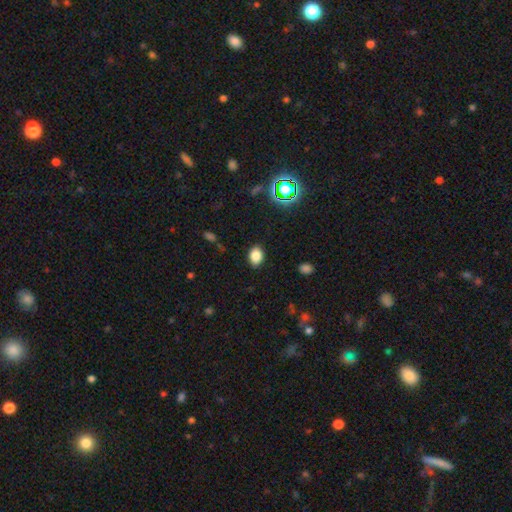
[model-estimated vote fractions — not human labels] A smooth galaxy with no disk features (82%) that is in between round and cigar-shaped (71%). Merging: none (87%).